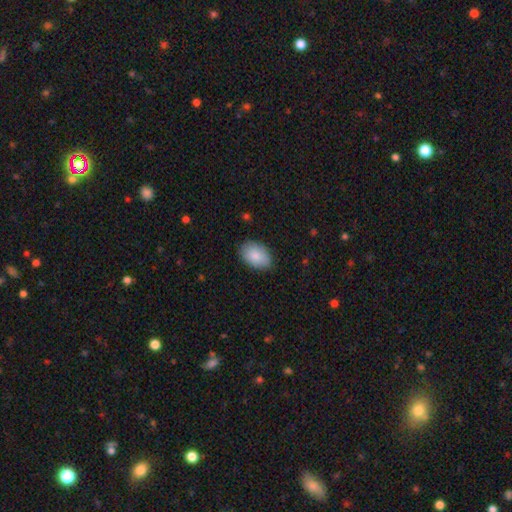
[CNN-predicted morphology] smooth-or-featured: smooth: 87% | featured or disk: 7% | star or artifact: 6%
  how-rounded: in between: 89% | round: 10% | cigar-shaped: 1%
  merging: none: 85% | minor disturbance: 12% | major disturbance: 2% | merger: 1%